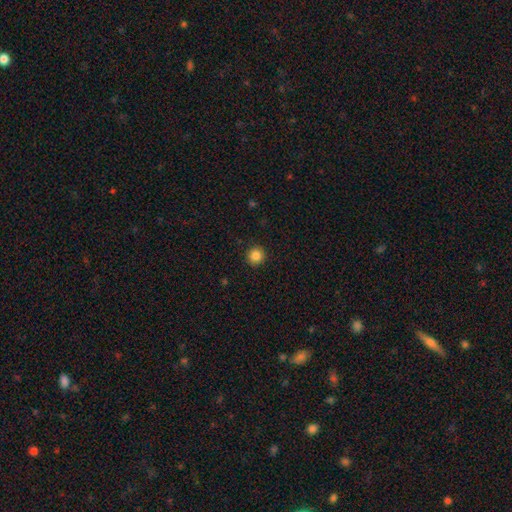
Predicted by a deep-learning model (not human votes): Overall: smooth (85%). How rounded: round (94%). Merging: none (92%).